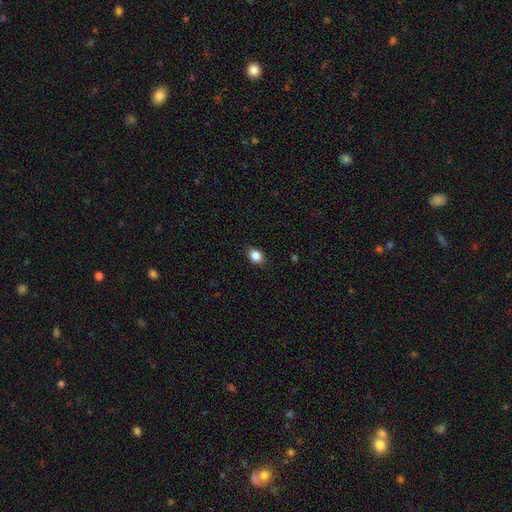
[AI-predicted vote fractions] Morphology: type=smooth (86%); roundness=in between (65%); merging=none (88%).